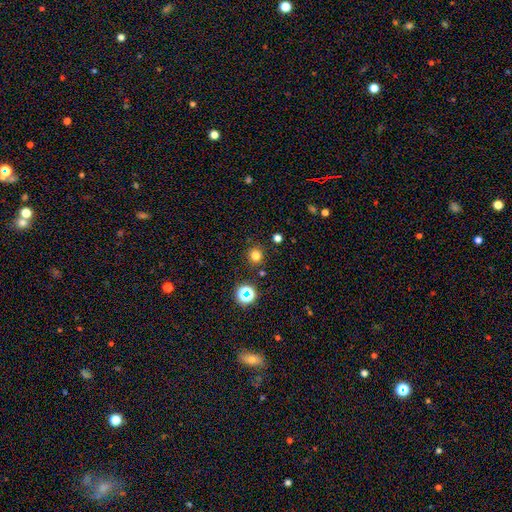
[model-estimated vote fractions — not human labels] smooth_or_featured: smooth (p=0.76) [alt: star or artifact p=0.19]
how_rounded: round (p=0.93) [alt: in between p=0.06]
merging: none (p=0.88) [alt: minor disturbance p=0.06]